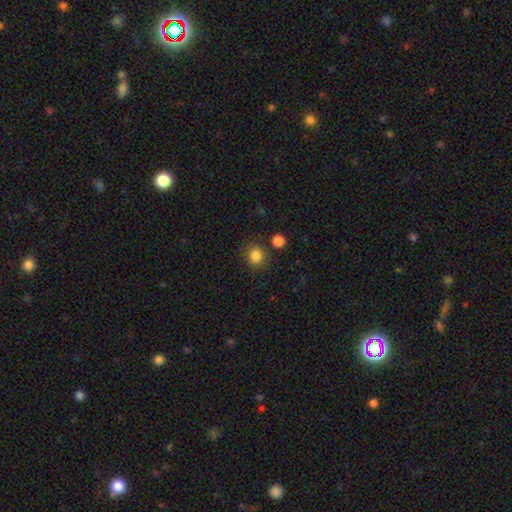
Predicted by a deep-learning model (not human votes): This is clearly a smooth galaxy (85%). How rounded: clearly round (86%). Merging: clearly none (84%).